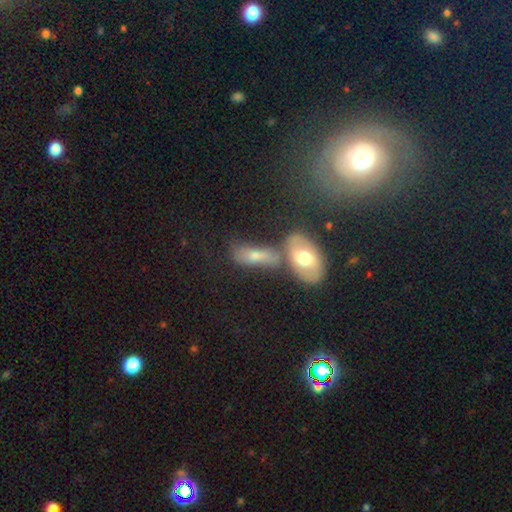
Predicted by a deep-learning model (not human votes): A smooth galaxy with no disk features (58%) that is in between round and cigar-shaped (79%).

Vote fractions:
- Smooth or featured? smooth: 58% / featured or disk: 30% / star or artifact: 12%
- How rounded? in between: 79% / cigar-shaped: 14% / round: 7%
- Merging? none: 42% / merger: 35% / minor disturbance: 15% / major disturbance: 8%